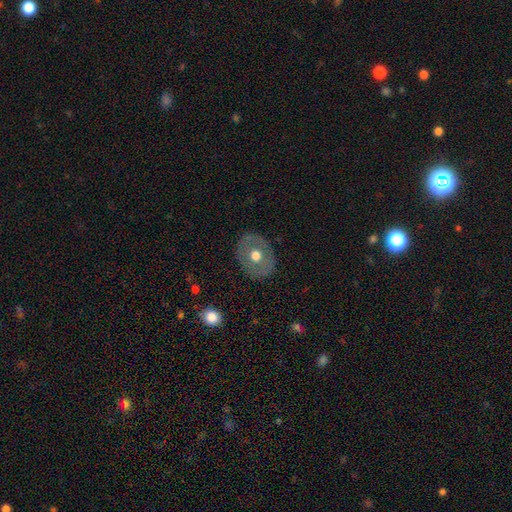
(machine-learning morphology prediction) smooth_or_featured: smooth (p=0.52) [alt: featured or disk p=0.41]
how_rounded: round (p=0.51) [alt: in between p=0.48]
merging: none (p=0.85) [alt: minor disturbance p=0.10]